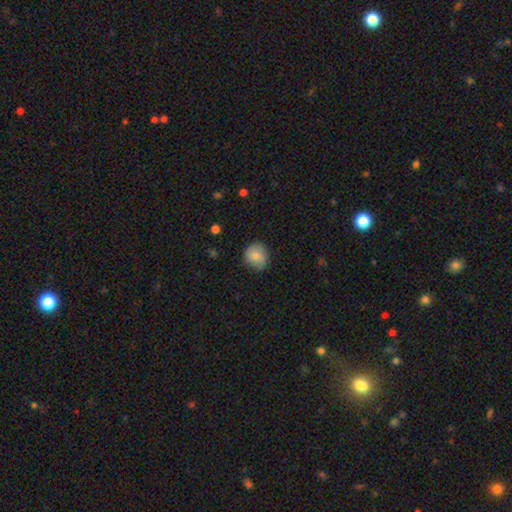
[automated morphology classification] type=smooth (80%); roundness=round (83%); merging=none (77%).